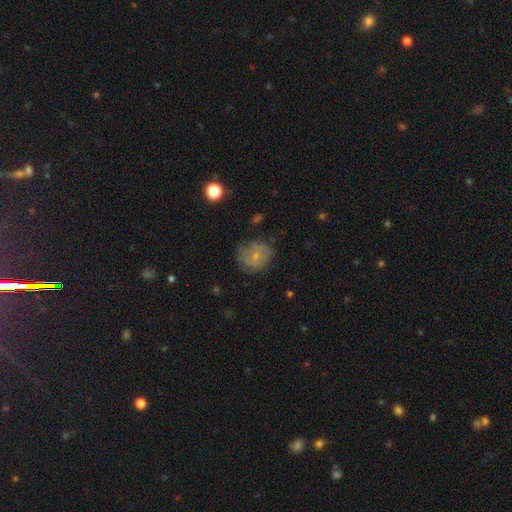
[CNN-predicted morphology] This is possibly a smooth galaxy (56%). How rounded: likely round (77%). Merging: likely none (64%).